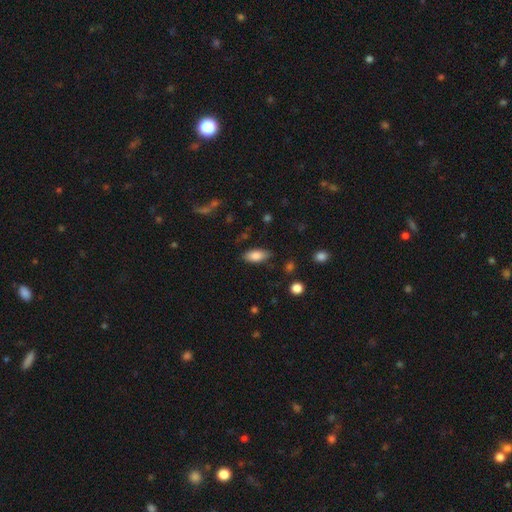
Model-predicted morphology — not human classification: Q: Smooth or featured?
A: smooth (83%); runner-up: featured or disk (10%)
Q: How rounded?
A: in between (88%); runner-up: cigar-shaped (9%)
Q: Merging?
A: none (83%); runner-up: minor disturbance (13%)